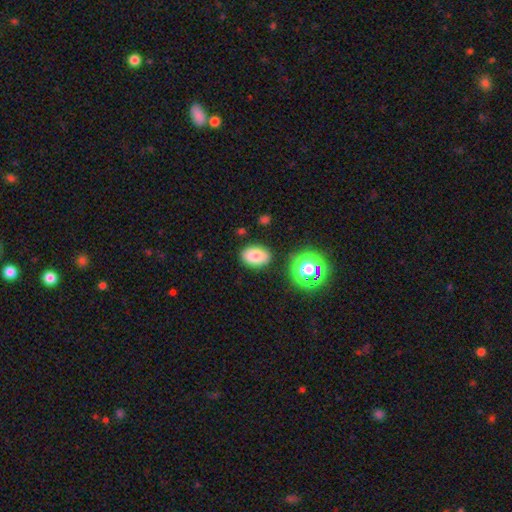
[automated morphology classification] A smooth galaxy with no disk features (80%) that is in between round and cigar-shaped (85%).

Vote fractions:
- Smooth or featured? smooth: 80% / star or artifact: 12% / featured or disk: 8%
- How rounded? in between: 85% / round: 13% / cigar-shaped: 1%
- Merging? none: 84% / minor disturbance: 10% / merger: 3% / major disturbance: 3%